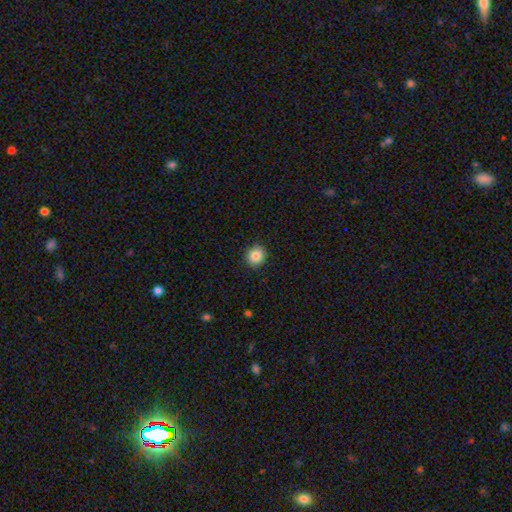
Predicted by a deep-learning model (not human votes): A smooth galaxy with no disk features (86%) that is round (82%).

Vote fractions:
- Smooth or featured? smooth: 86% / star or artifact: 9% / featured or disk: 4%
- How rounded? round: 82% / in between: 17% / cigar-shaped: 1%
- Merging? none: 91% / minor disturbance: 6% / major disturbance: 2% / merger: 1%